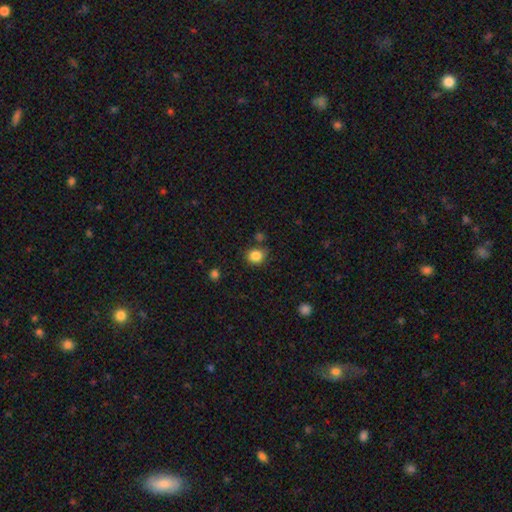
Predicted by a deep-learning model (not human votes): A smooth galaxy with no disk features (85%) that is round (75%).

Vote fractions:
- Smooth or featured? smooth: 85% / star or artifact: 11% / featured or disk: 4%
- How rounded? round: 75% / in between: 24% / cigar-shaped: 1%
- Merging? none: 77% / minor disturbance: 14% / merger: 5% / major disturbance: 4%